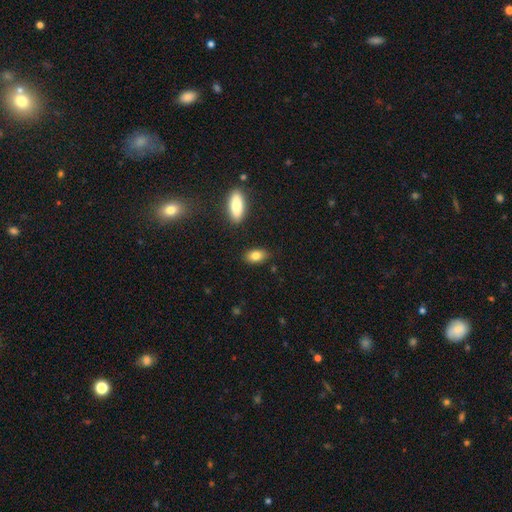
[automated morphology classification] Smooth or featured?
  - smooth: 83% *
  - featured or disk: 9%
  - star or artifact: 8%
How rounded?
  - in between: 89% *
  - round: 7%
  - cigar-shaped: 4%
Merging?
  - none: 85% *
  - minor disturbance: 10%
  - merger: 2%
  - major disturbance: 2%